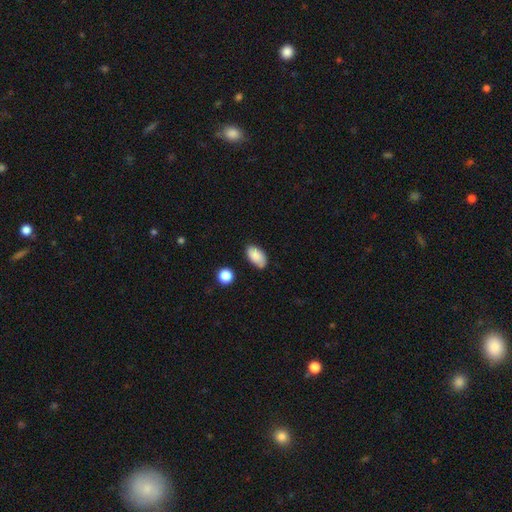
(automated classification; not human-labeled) smooth-or-featured: smooth: 83% | featured or disk: 9% | star or artifact: 8%
  how-rounded: in between: 93% | round: 5% | cigar-shaped: 2%
  merging: none: 72% | minor disturbance: 21% | major disturbance: 4% | merger: 3%